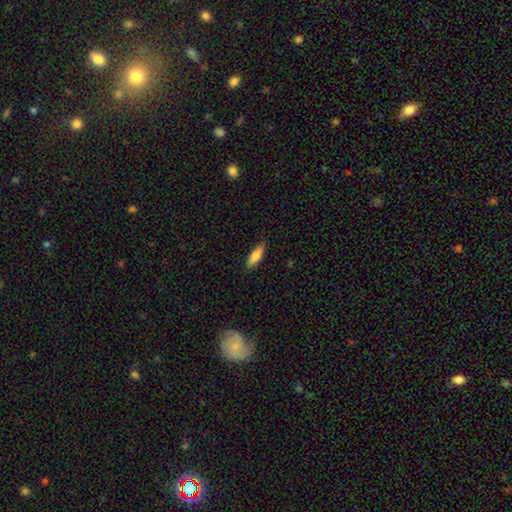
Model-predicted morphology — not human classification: Smooth or featured? Predicted: smooth (p=0.82). How rounded? Predicted: in between (p=0.55). Merging? Predicted: none (p=0.85).